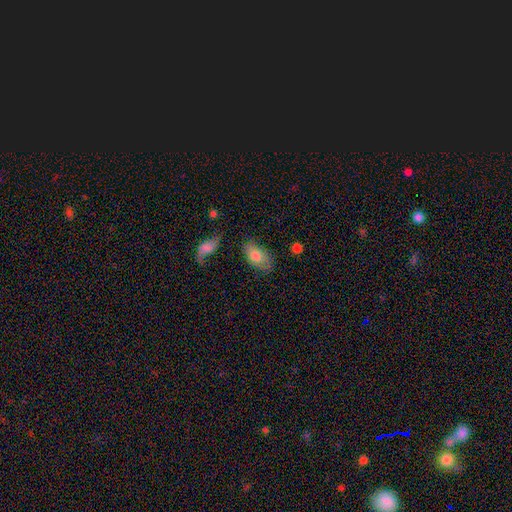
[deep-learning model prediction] This is likely a smooth galaxy (75%). How rounded: clearly in between (93%). Merging: likely none (69%).